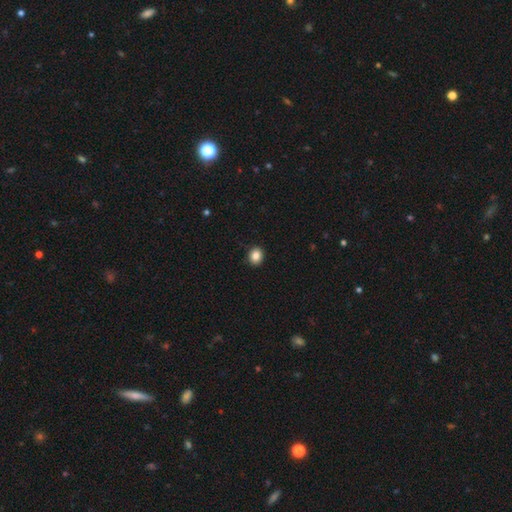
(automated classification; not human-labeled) Smooth or featured: smooth — 86% (star or artifact — 10%)
How rounded: round — 71% (in between — 28%)
Merging: none — 91% (minor disturbance — 7%)